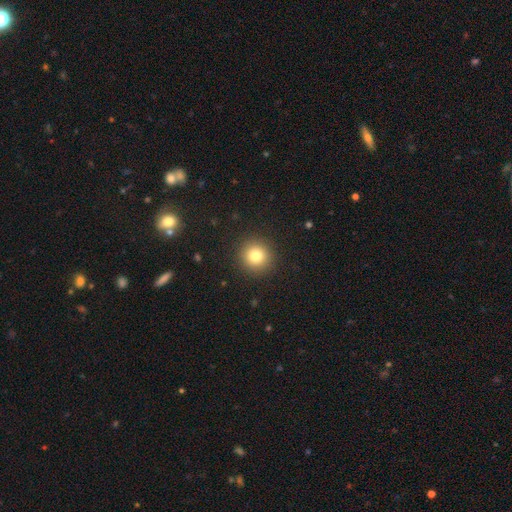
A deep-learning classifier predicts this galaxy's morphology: Overall: smooth (80%). How rounded: round (95%). Merging: none (92%).